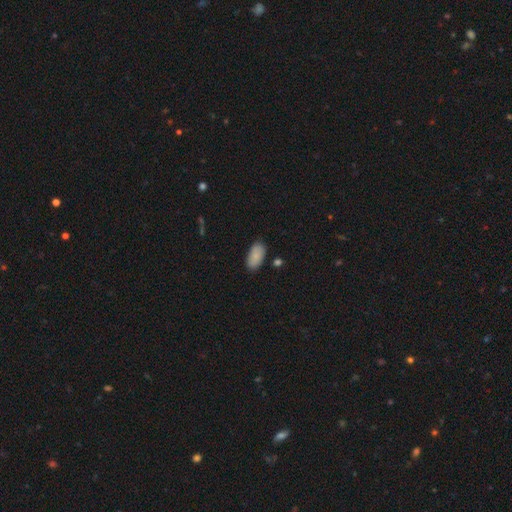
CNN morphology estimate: Smooth or featured? Predicted: smooth (p=0.87). How rounded? Predicted: in between (p=0.94). Merging? Predicted: none (p=0.84).